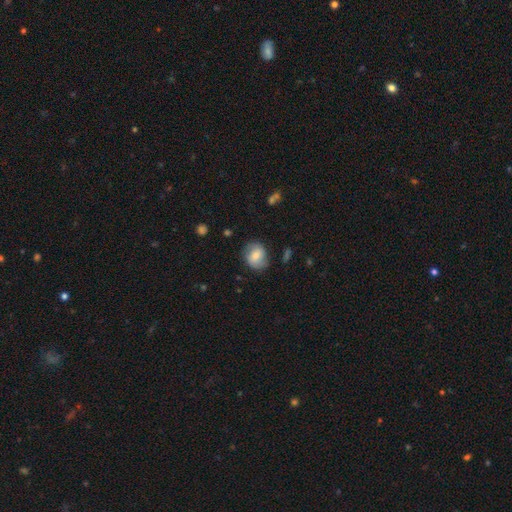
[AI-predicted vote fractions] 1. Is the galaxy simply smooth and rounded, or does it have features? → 54% smooth, 38% featured or disk, 8% star or artifact.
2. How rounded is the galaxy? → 66% round, 33% in between, 1% cigar-shaped.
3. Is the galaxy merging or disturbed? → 70% none, 21% minor disturbance, 8% major disturbance, 2% merger.